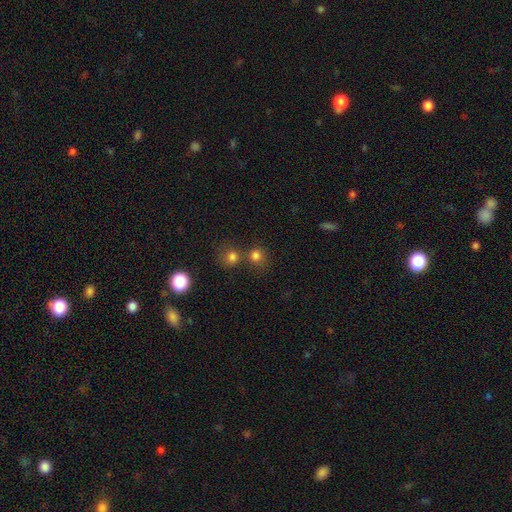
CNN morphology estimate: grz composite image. It shows a smooth galaxy with no disk features (77%) that is round (85%). Merging: none (54%).